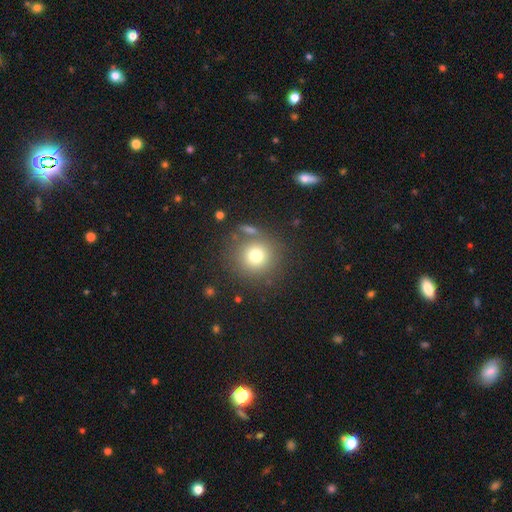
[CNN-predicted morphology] A smooth galaxy with no disk features (75%) that is round (93%).

Vote fractions:
- Smooth or featured? smooth: 75% / star or artifact: 14% / featured or disk: 11%
- How rounded? round: 93% / in between: 6% / cigar-shaped: 1%
- Merging? none: 79% / minor disturbance: 9% / merger: 7% / major disturbance: 5%